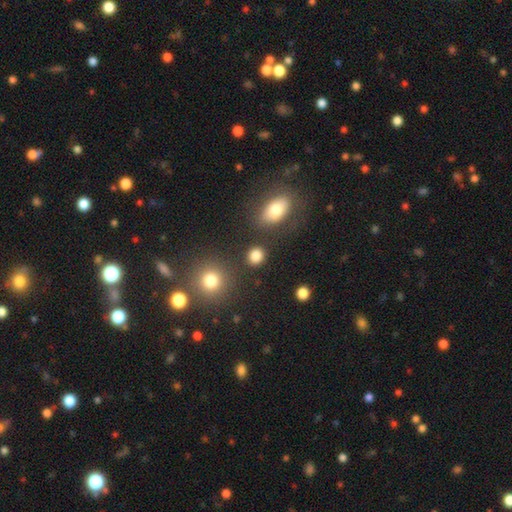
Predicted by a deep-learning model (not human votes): smooth_or_featured: smooth (p=0.85) [alt: star or artifact p=0.11]
how_rounded: round (p=0.78) [alt: in between p=0.21]
merging: none (p=0.84) [alt: minor disturbance p=0.08]